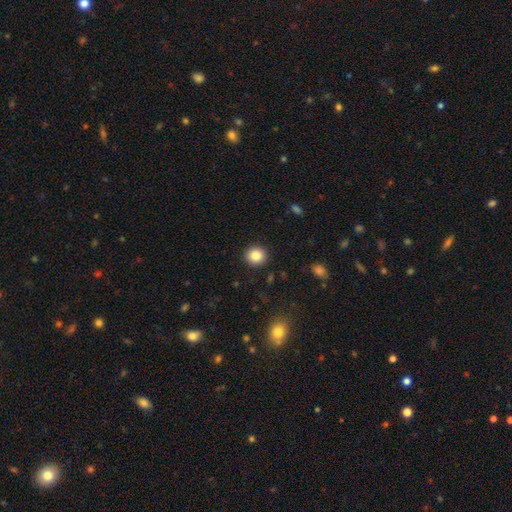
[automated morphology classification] smooth_or_featured: smooth (p=0.85) [alt: star or artifact p=0.10]
how_rounded: round (p=0.90) [alt: in between p=0.09]
merging: none (p=0.92) [alt: minor disturbance p=0.05]